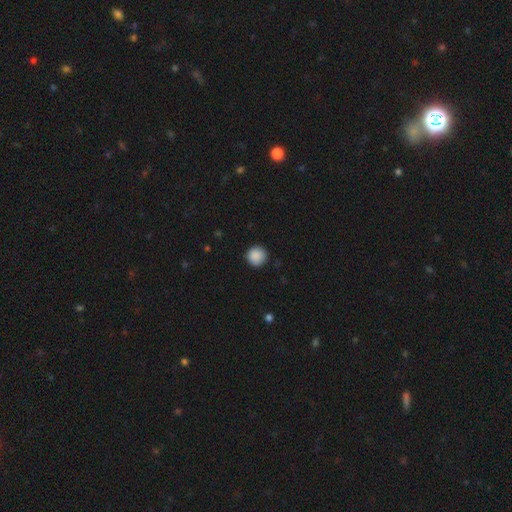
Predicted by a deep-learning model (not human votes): Overall: smooth (89%). How rounded: round (95%). Merging: none (90%).